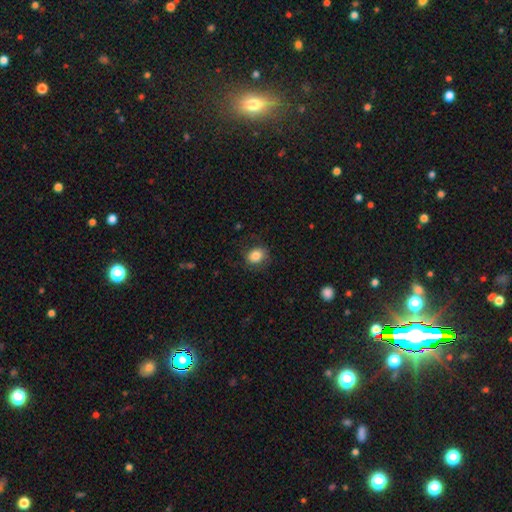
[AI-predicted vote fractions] smooth 82%, featured or disk 9%, star or artifact 9%. Down the decision tree: how rounded — round (60%); merging — none (76%).